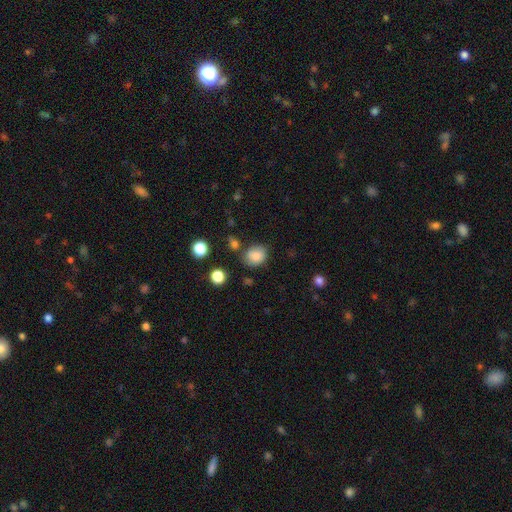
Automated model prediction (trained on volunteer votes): smooth_or_featured: smooth (p=0.83) [alt: star or artifact p=0.10]
how_rounded: round (p=0.60) [alt: in between p=0.39]
merging: none (p=0.71) [alt: minor disturbance p=0.18]